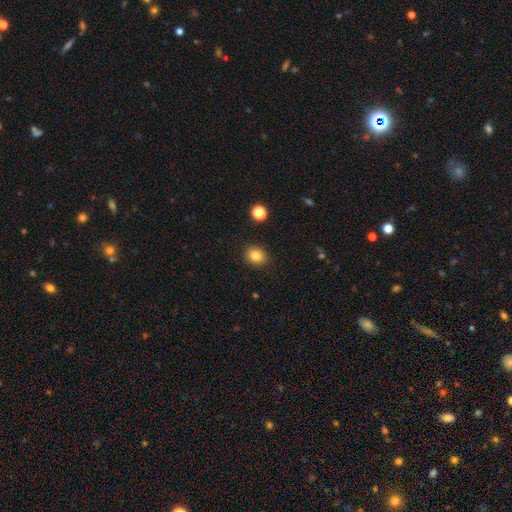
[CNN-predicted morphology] Smooth or featured? smooth (83%)
How rounded? round (66%)
Merging? none (90%)